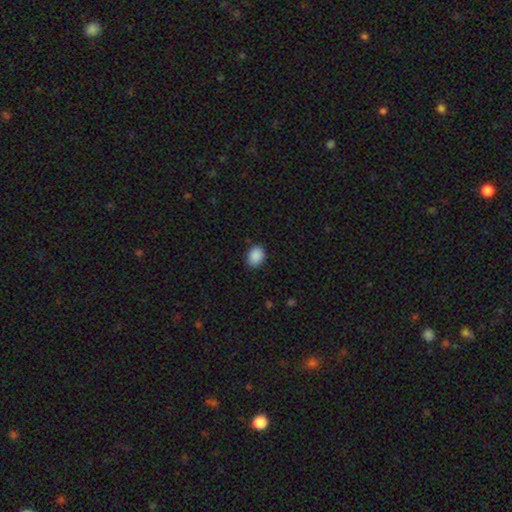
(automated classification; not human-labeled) smooth-or-featured: smooth: 89% | star or artifact: 8% | featured or disk: 3%
  how-rounded: in between: 60% | round: 39% | cigar-shaped: 1%
  merging: none: 85% | minor disturbance: 11% | major disturbance: 2% | merger: 1%